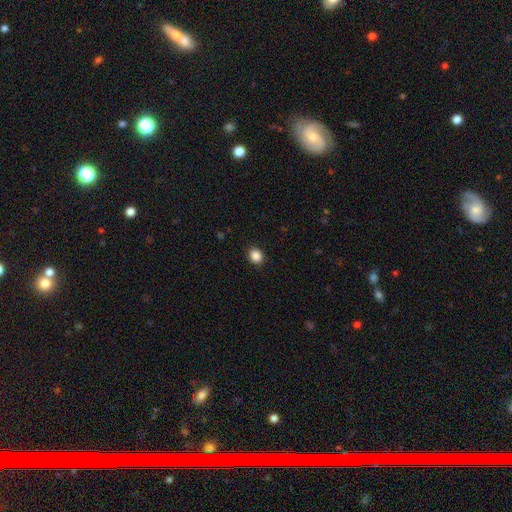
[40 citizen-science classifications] Smooth or featured: smooth — 92% (star or artifact — 5%)
How rounded: round — 65% (in between — 35%)
Merging: none — 89% (minor disturbance — 5%)